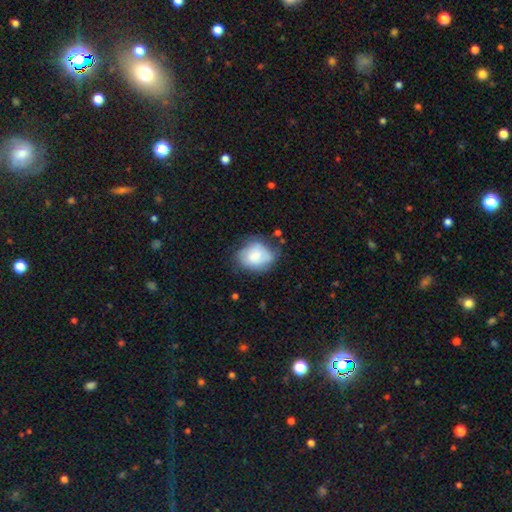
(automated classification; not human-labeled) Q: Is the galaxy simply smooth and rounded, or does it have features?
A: smooth — 68%.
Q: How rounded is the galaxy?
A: in between — 52%.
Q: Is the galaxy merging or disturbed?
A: none — 50%.